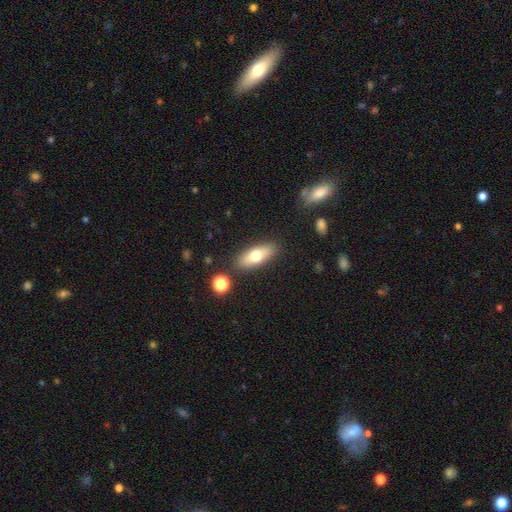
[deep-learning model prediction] Overall: smooth (65%; featured or disk 28%). How rounded: in between (69%). Merging: none (85%).